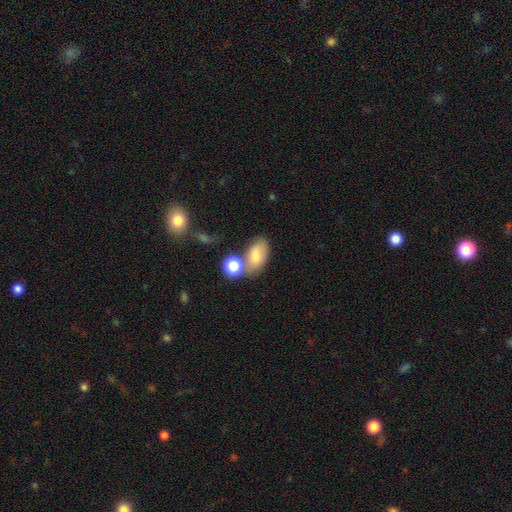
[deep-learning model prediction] smooth 76%, featured or disk 14%, star or artifact 10%. Down the decision tree: how rounded — in between (88%); merging — none (47%).